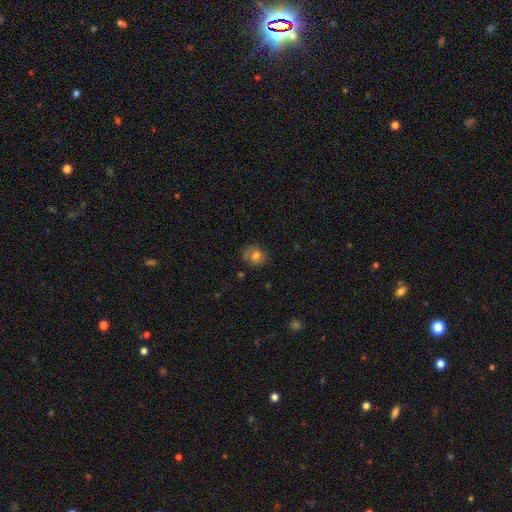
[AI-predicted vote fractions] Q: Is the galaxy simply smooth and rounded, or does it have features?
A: smooth — 72%.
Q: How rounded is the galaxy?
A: round — 63%.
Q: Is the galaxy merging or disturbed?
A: none — 70%.